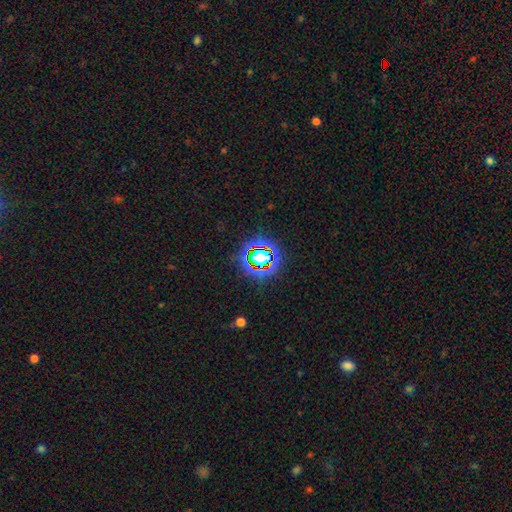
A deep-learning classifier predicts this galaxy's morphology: This appears to be a star or artifact, not a galaxy (61%).